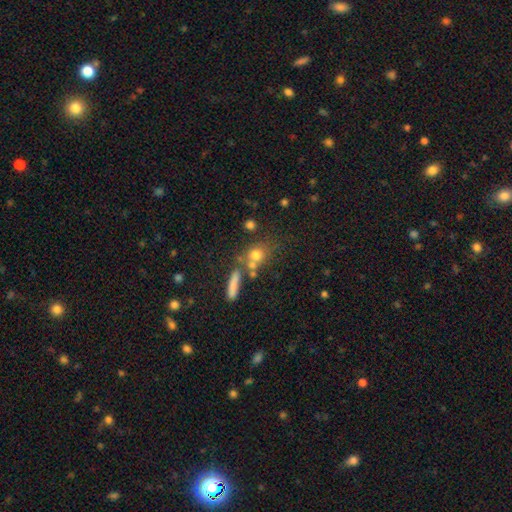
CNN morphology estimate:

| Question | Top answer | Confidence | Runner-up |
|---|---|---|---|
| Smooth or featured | smooth | 69% | star or artifact (16%) |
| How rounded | round | 64% | in between (26%) |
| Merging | none | 59% | merger (23%) |